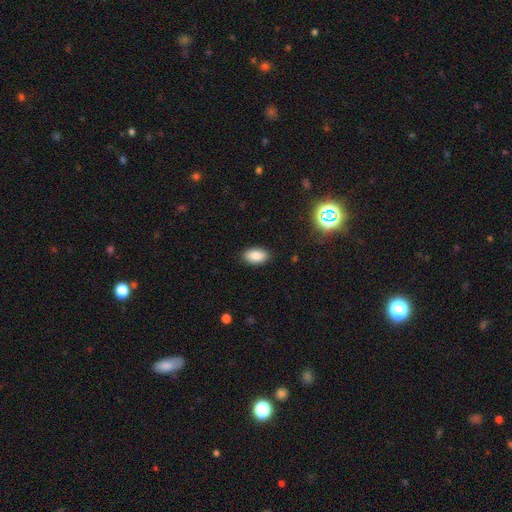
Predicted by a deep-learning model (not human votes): smooth 87%, star or artifact 8%, featured or disk 5%. Down the decision tree: how rounded — in between (93%); merging — none (88%).